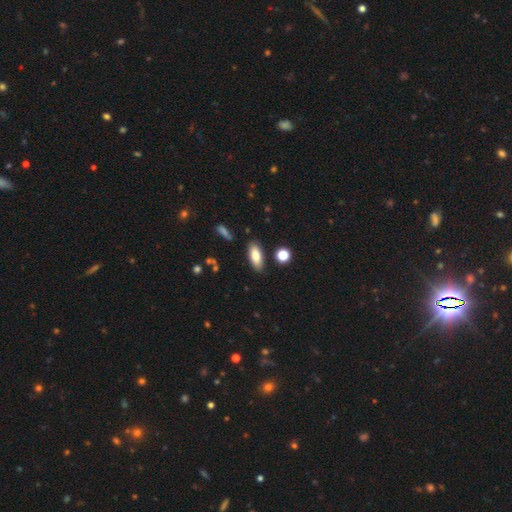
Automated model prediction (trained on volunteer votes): Smooth or featured: smooth — 84% (featured or disk — 8%)
How rounded: in between — 80% (cigar-shaped — 17%)
Merging: none — 84% (minor disturbance — 11%)